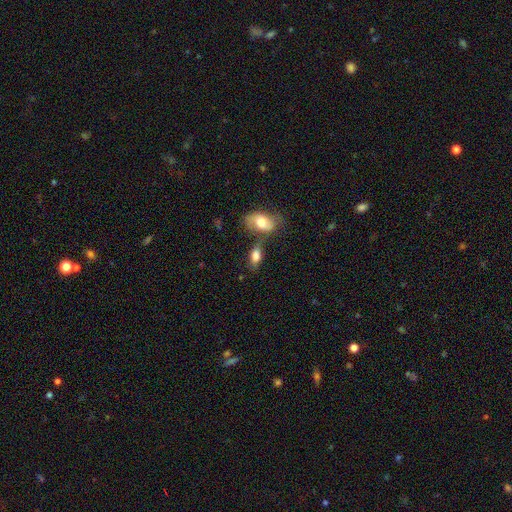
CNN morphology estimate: type=smooth (76%); roundness=in between (88%); merging=none (46%).